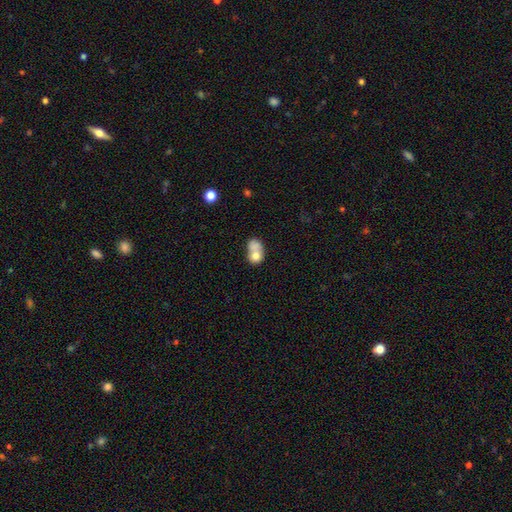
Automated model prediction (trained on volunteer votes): smooth-or-featured: smooth: 71% | featured or disk: 20% | star or artifact: 9%
  how-rounded: round: 50% | in between: 49% | cigar-shaped: 1%
  merging: merger: 62% | none: 21% | minor disturbance: 9% | major disturbance: 7%